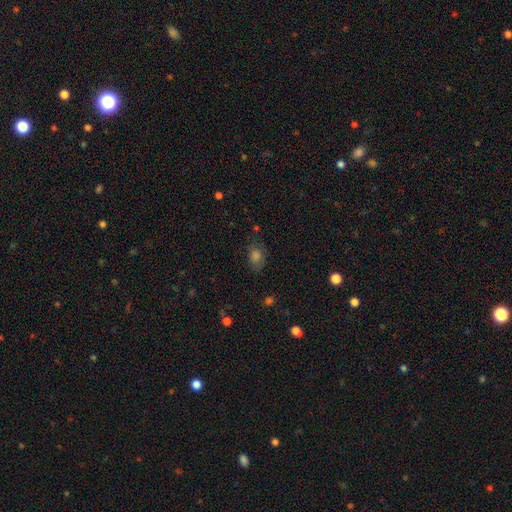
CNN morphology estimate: A smooth galaxy with no disk features (63%) that is in between round and cigar-shaped (69%).

Vote fractions:
- Smooth or featured? smooth: 63% / star or artifact: 23% / featured or disk: 13%
- How rounded? in between: 69% / round: 28% / cigar-shaped: 2%
- Merging? none: 72% / minor disturbance: 19% / major disturbance: 7% / merger: 2%